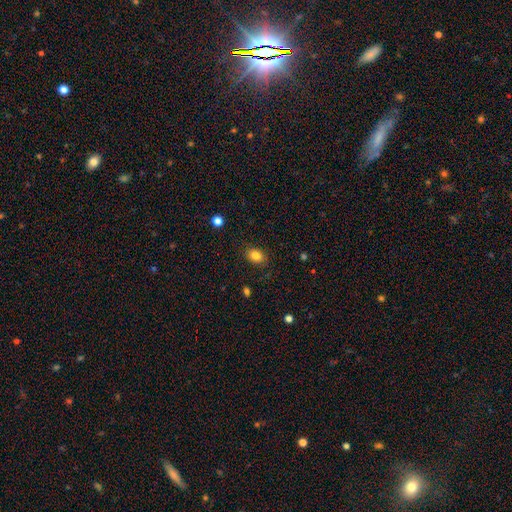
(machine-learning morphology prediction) smooth-or-featured: smooth: 83% | star or artifact: 10% | featured or disk: 7%
  how-rounded: in between: 69% | round: 30% | cigar-shaped: 1%
  merging: none: 85% | minor disturbance: 11% | major disturbance: 3% | merger: 1%